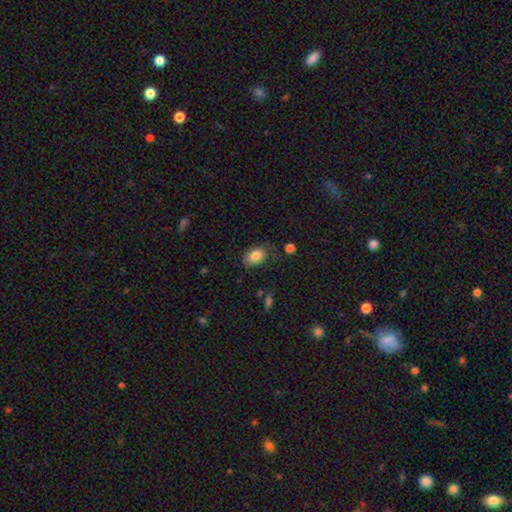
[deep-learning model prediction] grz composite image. It shows a smooth galaxy with no disk features (81%) that is in between round and cigar-shaped (83%). Merging: none (66%).